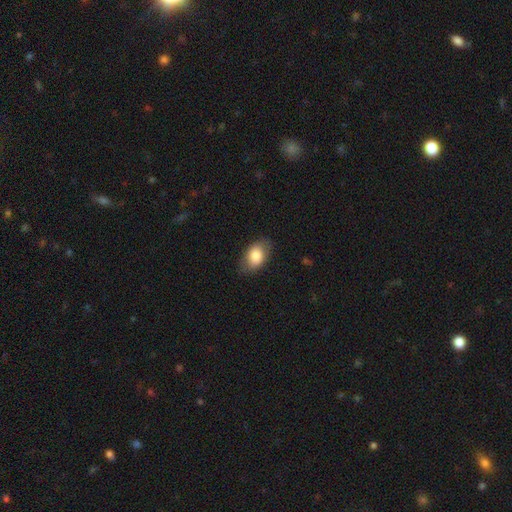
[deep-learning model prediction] smooth-or-featured: smooth: 83% | featured or disk: 11% | star or artifact: 7%
  how-rounded: in between: 89% | round: 10% | cigar-shaped: 1%
  merging: none: 80% | minor disturbance: 15% | major disturbance: 4% | merger: 1%